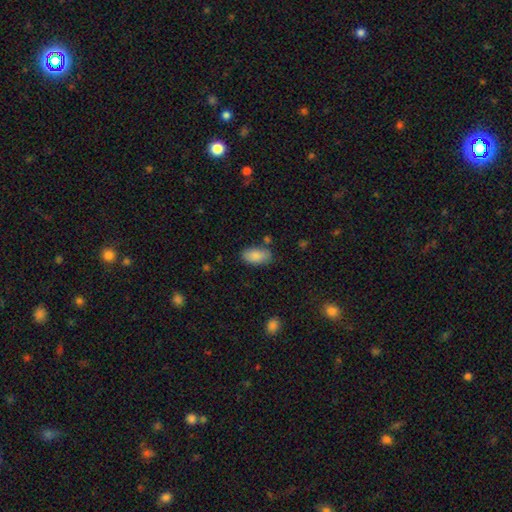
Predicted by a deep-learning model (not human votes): Morphology: type=smooth (86%); roundness=in between (94%); merging=none (77%).